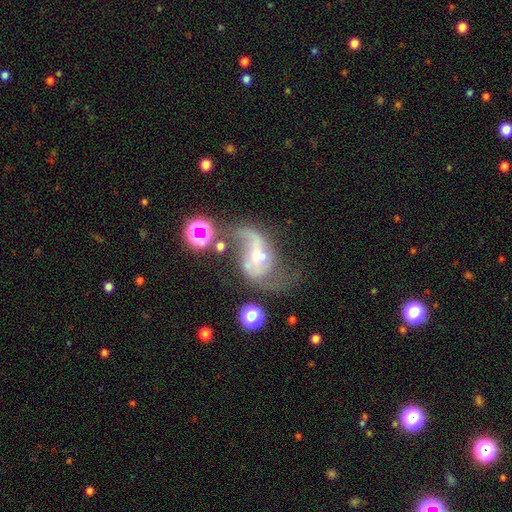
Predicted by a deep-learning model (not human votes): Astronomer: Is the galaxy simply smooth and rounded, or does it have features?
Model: featured or disk — 78%.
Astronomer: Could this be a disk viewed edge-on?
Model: no — 96%.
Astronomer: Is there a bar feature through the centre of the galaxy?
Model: no — 45% (runner-up: weak, 38%).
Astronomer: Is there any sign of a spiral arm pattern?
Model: yes — 88%.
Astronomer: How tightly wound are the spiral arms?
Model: loose — 65%.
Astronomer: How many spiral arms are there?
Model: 2 — 76%.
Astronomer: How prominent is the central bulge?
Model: small — 48% (runner-up: moderate, 45%).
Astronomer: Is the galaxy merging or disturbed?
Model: none — 35% (runner-up: major disturbance, 28%).